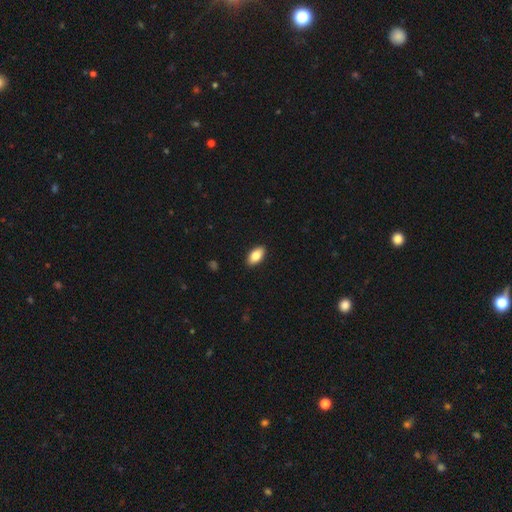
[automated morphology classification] Smooth or featured? Predicted: smooth (p=0.84). How rounded? Predicted: in between (p=0.92). Merging? Predicted: none (p=0.90).